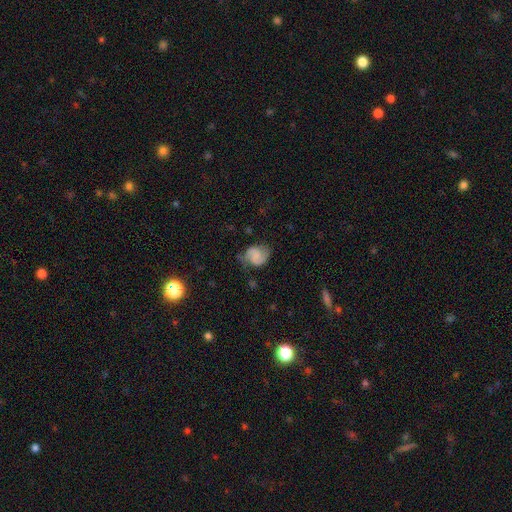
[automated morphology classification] This is possibly a smooth galaxy (46%). Merging: possibly none (55%).